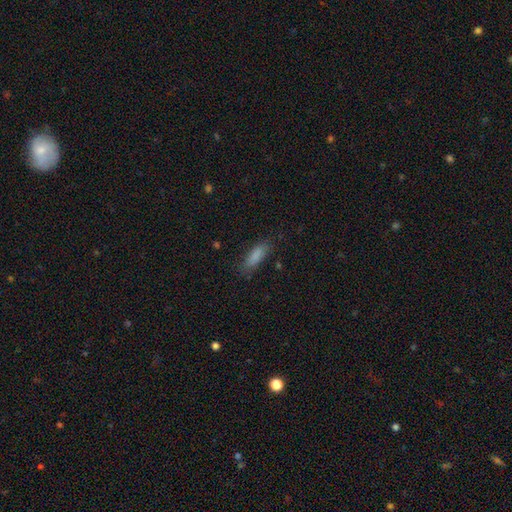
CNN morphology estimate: Smooth or featured? Predicted: smooth (p=0.85). How rounded? Predicted: in between (p=0.59). Merging? Predicted: none (p=0.77).